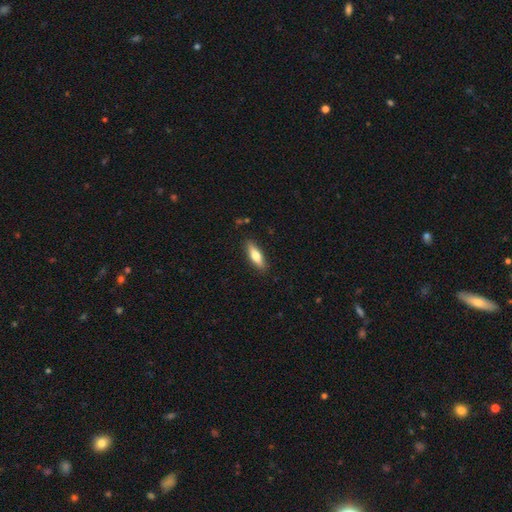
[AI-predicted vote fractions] Overall: smooth (69%). How rounded: cigar-shaped (50%; in between 48%). Merging: none (87%).